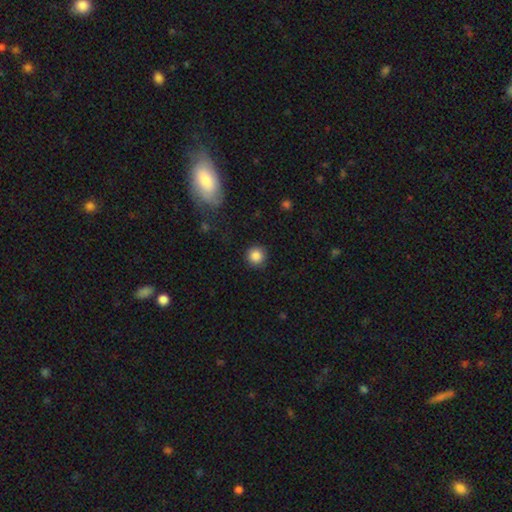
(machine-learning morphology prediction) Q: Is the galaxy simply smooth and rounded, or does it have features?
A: smooth — 86%.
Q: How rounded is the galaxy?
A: round — 94%.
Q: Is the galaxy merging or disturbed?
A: none — 89%.